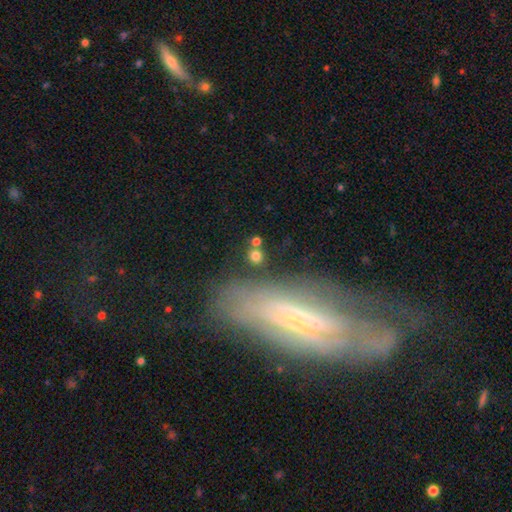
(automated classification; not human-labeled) Smooth or featured: smooth — 76% (star or artifact — 14%)
How rounded: round — 83% (in between — 15%)
Merging: none — 76% (merger — 10%)